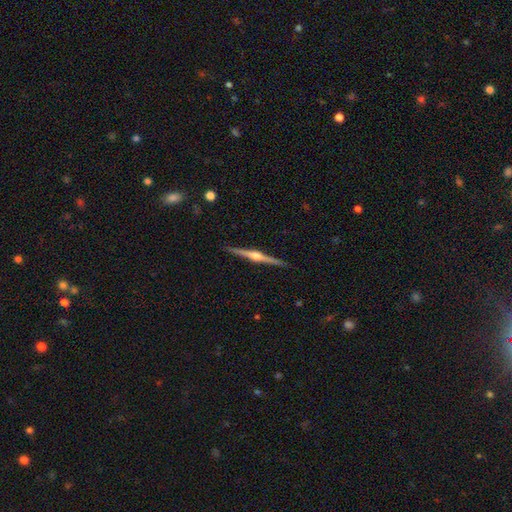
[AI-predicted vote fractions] This is clearly a featured or disk galaxy (86%). It is clearly viewed edge-on (99%). Edge-on bulge: clearly rounded (92%). Merging: clearly none (92%).